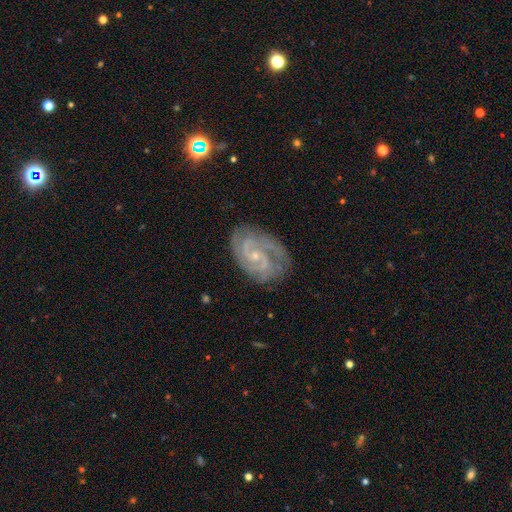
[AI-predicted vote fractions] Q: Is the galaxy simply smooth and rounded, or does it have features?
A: featured or disk — 89%.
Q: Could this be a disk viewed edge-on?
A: no — 98%.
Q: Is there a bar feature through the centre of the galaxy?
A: no — 51%.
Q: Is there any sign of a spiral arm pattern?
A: yes — 98%.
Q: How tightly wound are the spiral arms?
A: tight — 50%.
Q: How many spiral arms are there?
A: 2 — 64%.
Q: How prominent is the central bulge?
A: small — 76%.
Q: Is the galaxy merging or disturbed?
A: none — 75%.